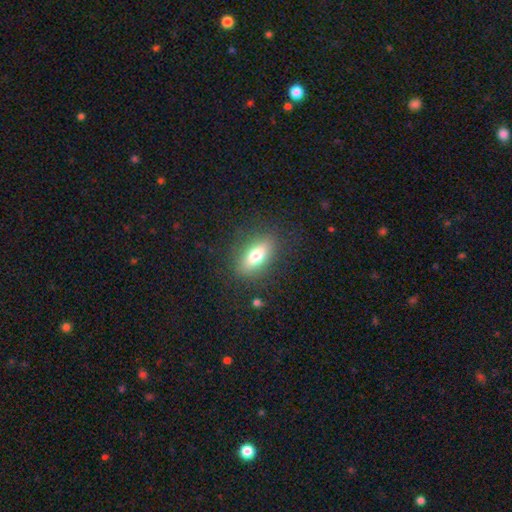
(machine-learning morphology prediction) Smooth or featured? Predicted: smooth (p=0.70). How rounded? Predicted: in between (p=0.77). Merging? Predicted: none (p=0.84).